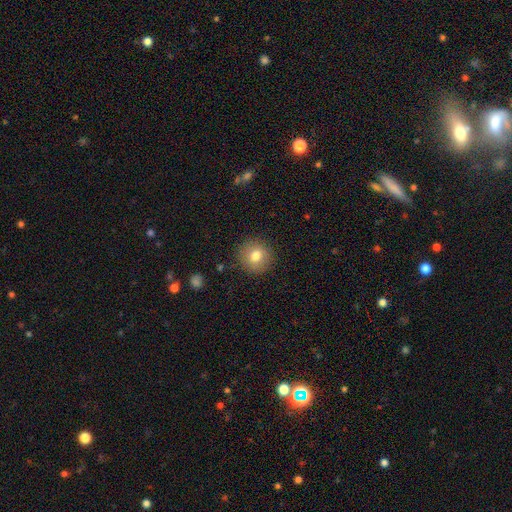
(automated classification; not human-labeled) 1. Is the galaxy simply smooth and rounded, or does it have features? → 77% smooth, 13% featured or disk, 10% star or artifact.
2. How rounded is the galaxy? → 92% round, 7% in between, 1% cigar-shaped.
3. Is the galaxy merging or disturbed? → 89% none, 8% minor disturbance, 3% major disturbance, 1% merger.